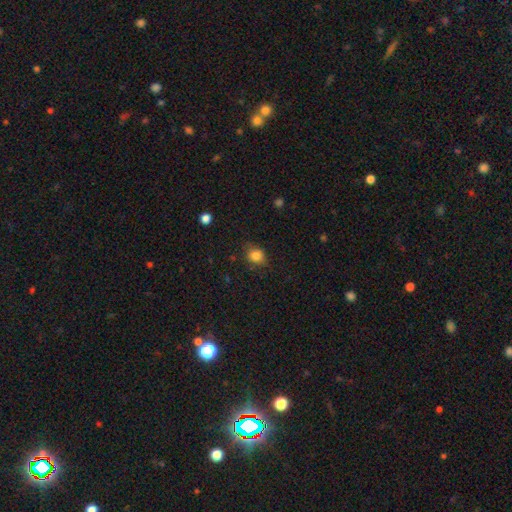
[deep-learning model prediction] This is clearly a smooth galaxy (82%). How rounded: likely round (64%). Merging: likely none (76%).